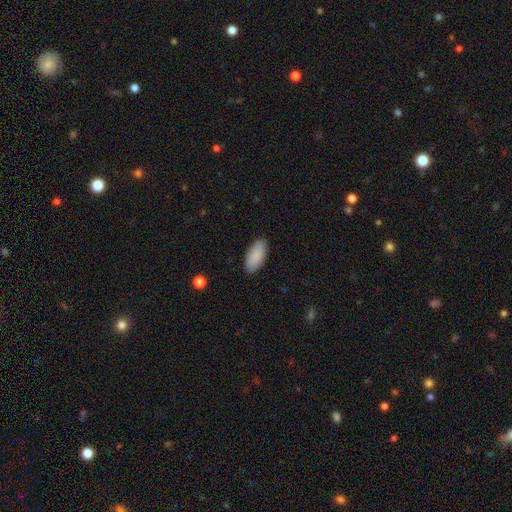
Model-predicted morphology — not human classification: smooth-or-featured: smooth: 89% | star or artifact: 6% | featured or disk: 5%
  how-rounded: in between: 91% | cigar-shaped: 7% | round: 2%
  merging: none: 88% | minor disturbance: 9% | major disturbance: 2% | merger: 1%